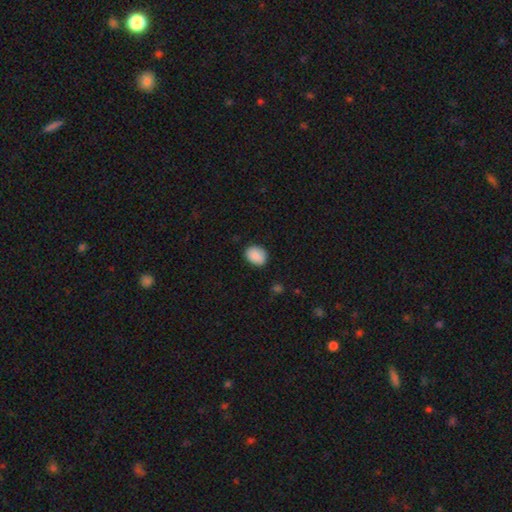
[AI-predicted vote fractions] Q: Smooth or featured?
A: smooth (89%); runner-up: star or artifact (7%)
Q: How rounded?
A: in between (59%); runner-up: round (40%)
Q: Merging?
A: none (84%); runner-up: minor disturbance (12%)